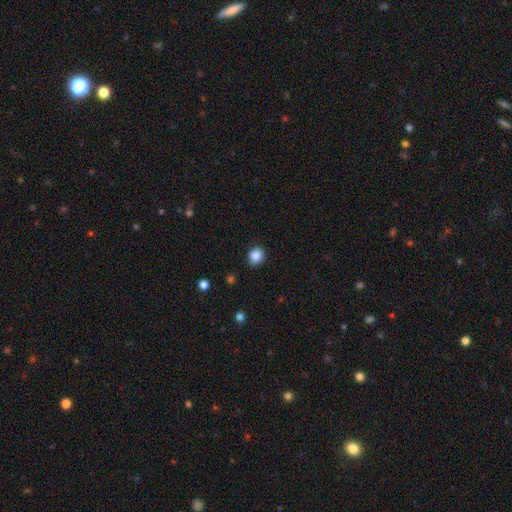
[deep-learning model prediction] A smooth galaxy with no disk features (86%) that is round (79%).

Vote fractions:
- Smooth or featured? smooth: 86% / star or artifact: 10% / featured or disk: 4%
- How rounded? round: 79% / in between: 20% / cigar-shaped: 1%
- Merging? none: 87% / minor disturbance: 9% / major disturbance: 2% / merger: 1%